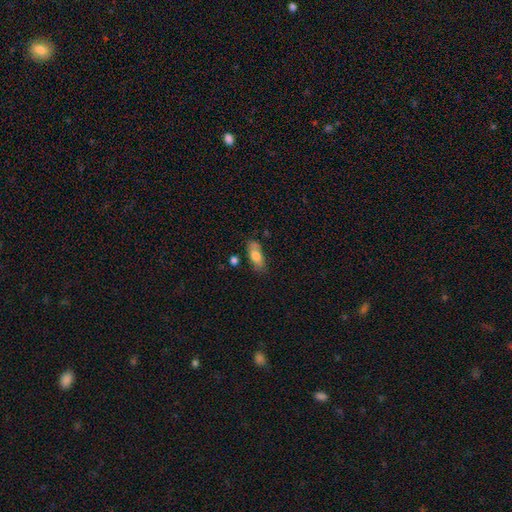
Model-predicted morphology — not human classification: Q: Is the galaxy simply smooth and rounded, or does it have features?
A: smooth — 75%.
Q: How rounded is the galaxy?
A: in between — 78%.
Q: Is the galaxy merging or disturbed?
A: none — 69%.